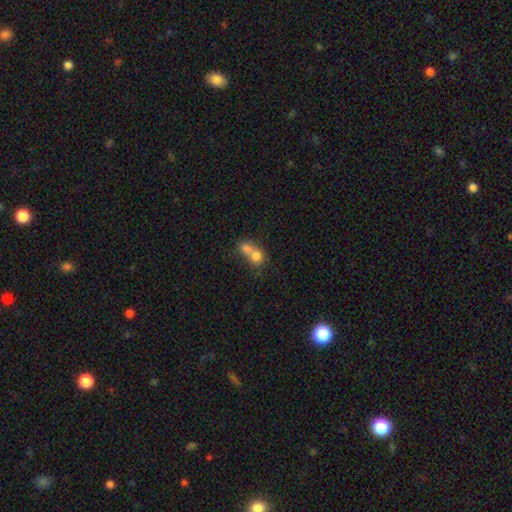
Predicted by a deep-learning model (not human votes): This is likely a smooth galaxy (72%). How rounded: likely round (69%). Merging: likely merger (73%).